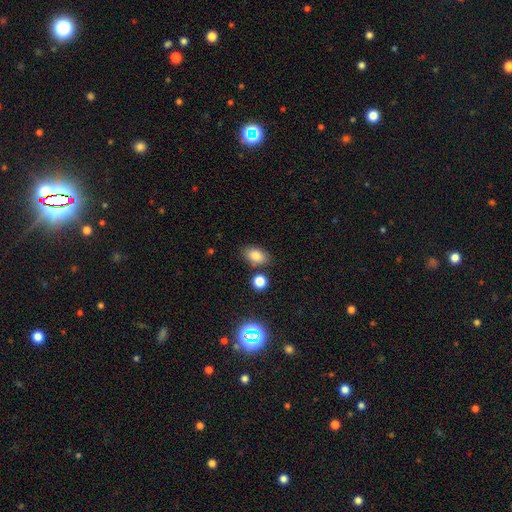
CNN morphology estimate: smooth-or-featured: smooth: 81% | star or artifact: 11% | featured or disk: 8%
  how-rounded: in between: 85% | round: 13% | cigar-shaped: 2%
  merging: none: 76% | minor disturbance: 12% | merger: 8% | major disturbance: 3%